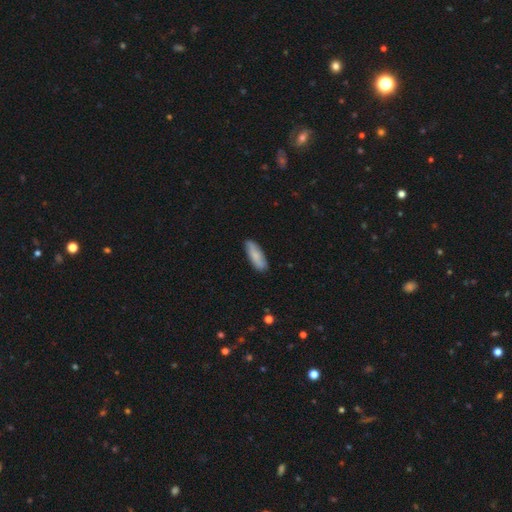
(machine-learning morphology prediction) A smooth galaxy with no disk features (81%) that is in between round and cigar-shaped (53%).

Vote fractions:
- Smooth or featured? smooth: 81% / featured or disk: 13% / star or artifact: 6%
- How rounded? in between: 53% / cigar-shaped: 45% / round: 2%
- Merging? none: 84% / minor disturbance: 13% / major disturbance: 2% / merger: 1%